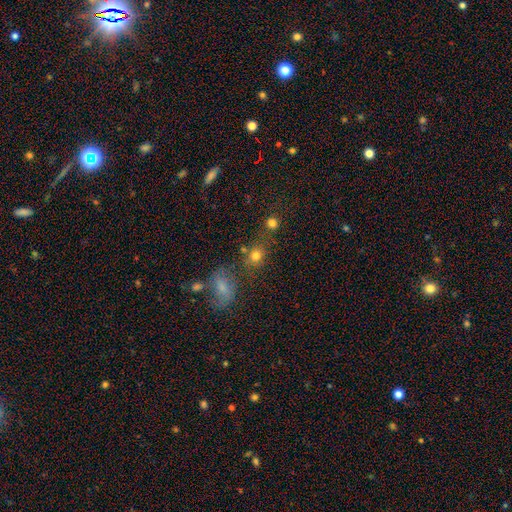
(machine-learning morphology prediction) smooth_or_featured: smooth (p=0.76) [alt: star or artifact p=0.15]
how_rounded: round (p=0.72) [alt: in between p=0.26]
merging: none (p=0.62) [alt: merger p=0.18]